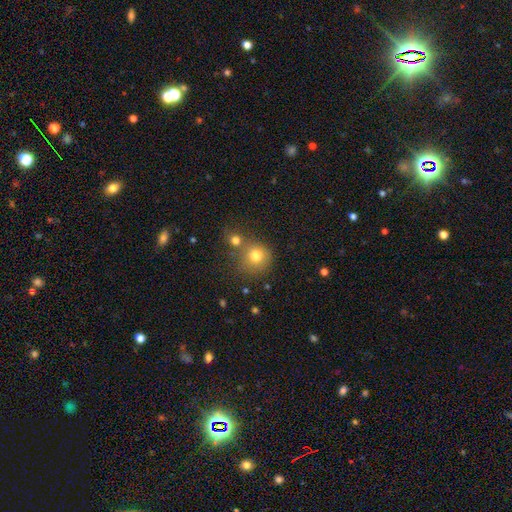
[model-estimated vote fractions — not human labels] smooth 77%, star or artifact 13%, featured or disk 9%. Down the decision tree: how rounded — round (89%); merging — none (60%).